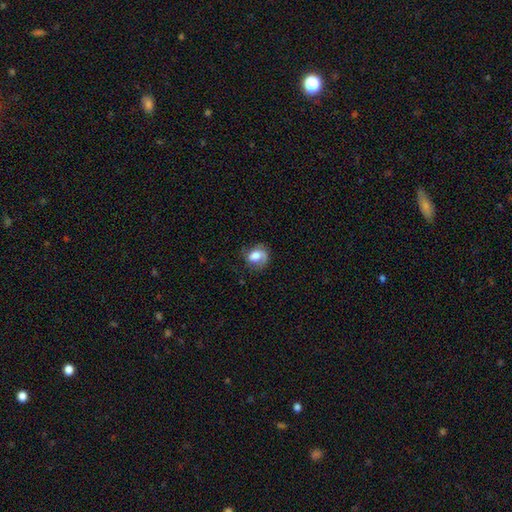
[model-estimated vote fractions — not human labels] smooth-or-featured: smooth: 61% | featured or disk: 31% | star or artifact: 9%
  how-rounded: round: 51% | in between: 48% | cigar-shaped: 1%
  merging: none: 52% | minor disturbance: 28% | major disturbance: 18% | merger: 2%